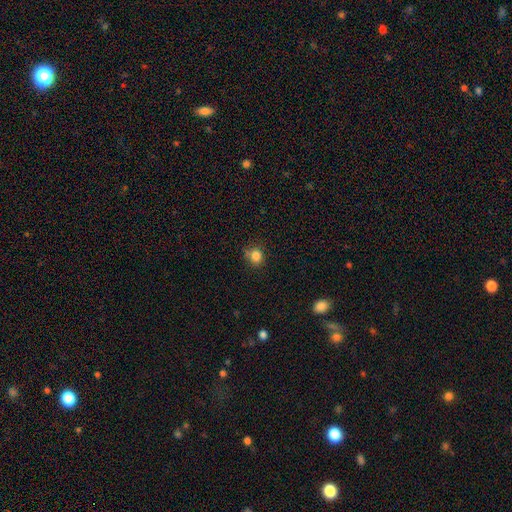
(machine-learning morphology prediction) Q: Smooth or featured?
A: smooth (83%); runner-up: star or artifact (12%)
Q: How rounded?
A: round (81%); runner-up: in between (18%)
Q: Merging?
A: none (74%); runner-up: minor disturbance (17%)